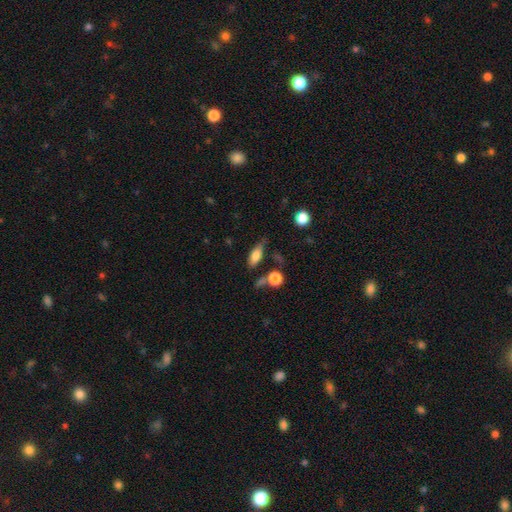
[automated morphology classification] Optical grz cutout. It shows a smooth galaxy with no disk features (74%) that is in between round and cigar-shaped (78%). Merging: none (64%).